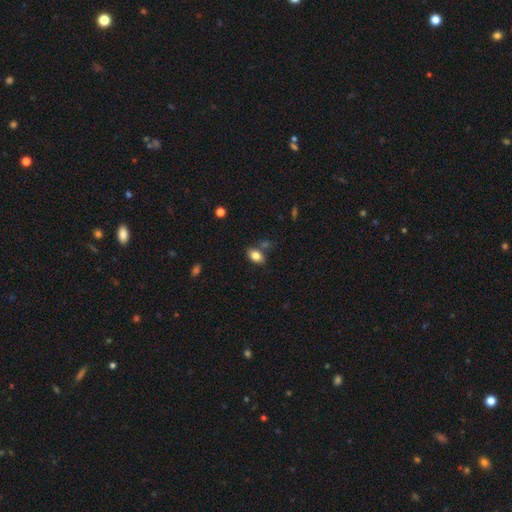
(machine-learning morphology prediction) This is clearly a smooth galaxy (81%). How rounded: clearly in between (83%). Merging: likely none (74%).